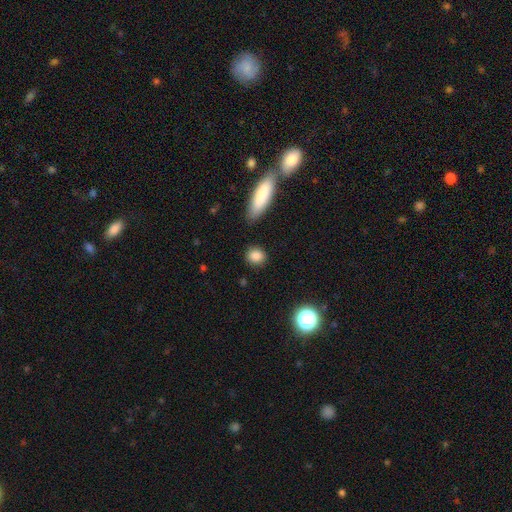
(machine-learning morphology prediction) Overall: smooth (86%). How rounded: round (67%; in between 29%). Merging: none (86%).